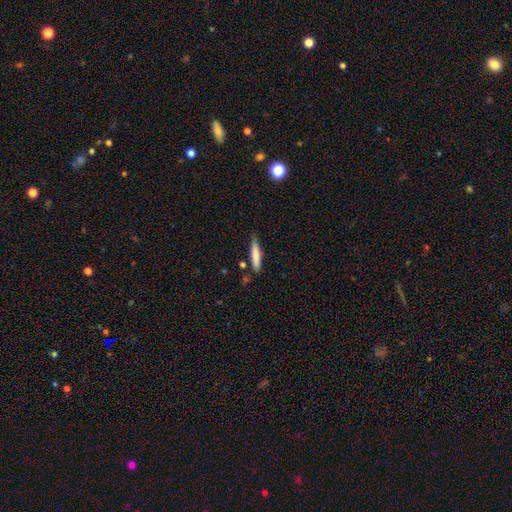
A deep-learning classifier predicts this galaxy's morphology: Smooth or featured?
  - smooth: 76% *
  - featured or disk: 18%
  - star or artifact: 6%
How rounded?
  - cigar-shaped: 84% *
  - in between: 14%
  - round: 1%
Merging?
  - none: 75% *
  - minor disturbance: 17%
  - merger: 5%
  - major disturbance: 3%